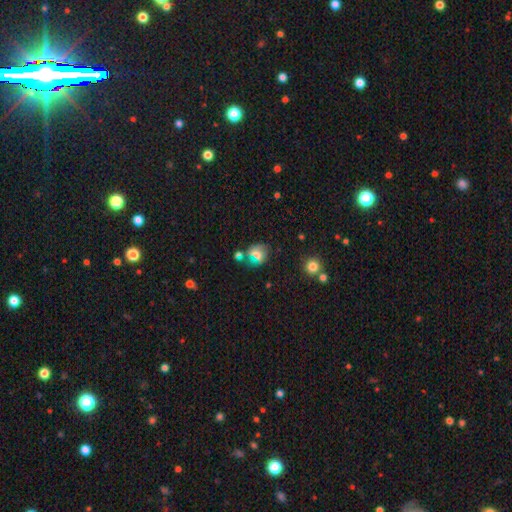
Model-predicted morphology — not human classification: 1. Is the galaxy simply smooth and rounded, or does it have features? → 60% smooth, 23% featured or disk, 17% star or artifact.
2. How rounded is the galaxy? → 55% round, 43% in between, 2% cigar-shaped.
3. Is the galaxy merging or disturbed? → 57% none, 18% merger, 18% minor disturbance, 7% major disturbance.